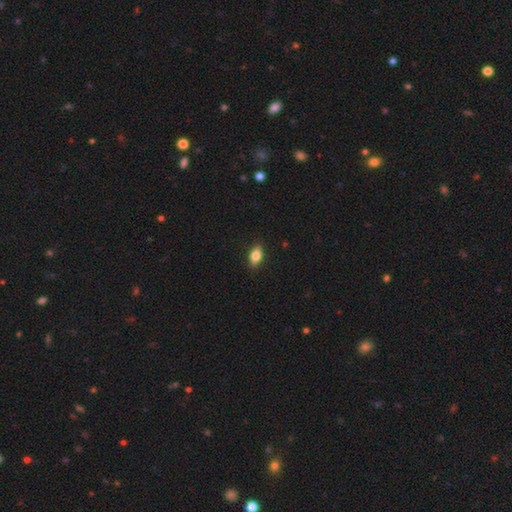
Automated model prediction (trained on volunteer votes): This appears to be a smooth galaxy with no disk features (78%) that is in between round and cigar-shaped (84%). Merging: none (87%).